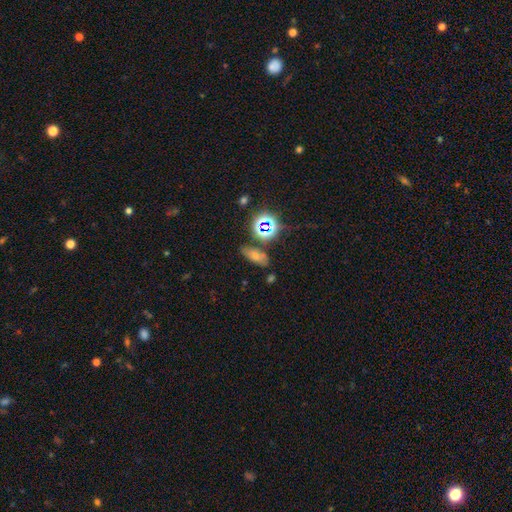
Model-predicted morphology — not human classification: The model was most divided on "smooth or featured": smooth: 59%, star or artifact: 26%, featured or disk: 15%. More confident: how rounded — in between (75%); merging — none (71%).